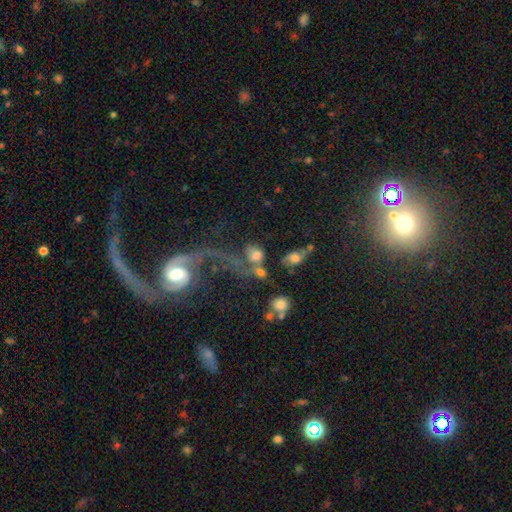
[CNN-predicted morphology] Smooth or featured? smooth (49%)
Merging? merger (42%)